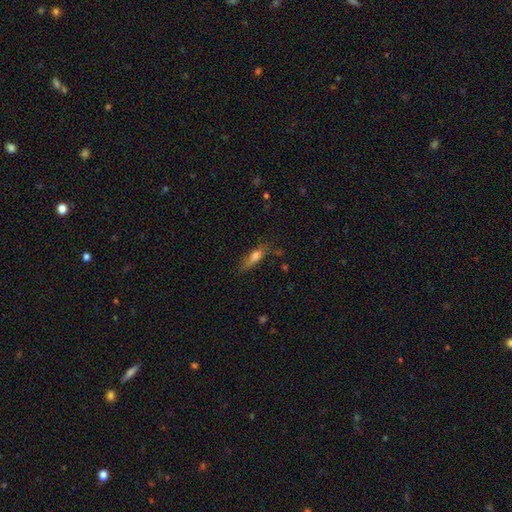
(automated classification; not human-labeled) Smooth or featured?
  - smooth: 66% *
  - featured or disk: 24%
  - star or artifact: 10%
How rounded?
  - cigar-shaped: 48% * (tied)
  - in between: 48% * (tied)
  - round: 4%
Merging?
  - none: 59% *
  - minor disturbance: 25%
  - major disturbance: 11%
  - merger: 5%